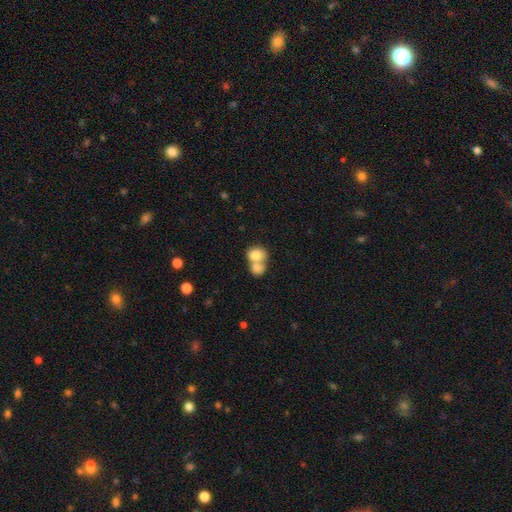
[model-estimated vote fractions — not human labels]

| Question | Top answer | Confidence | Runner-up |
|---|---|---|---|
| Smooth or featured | smooth | 79% | featured or disk (13%) |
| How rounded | round | 63% | in between (36%) |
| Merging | merger | 68% | none (22%) |